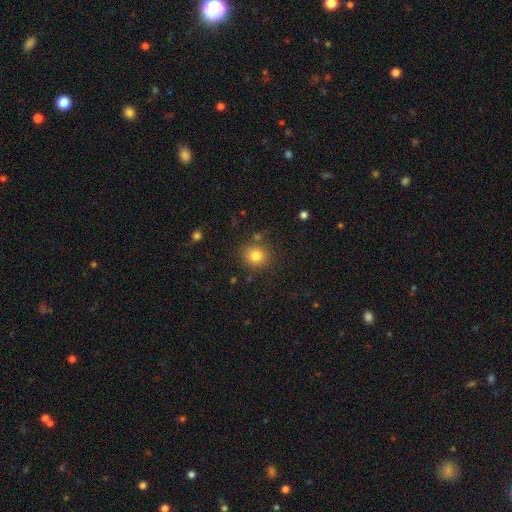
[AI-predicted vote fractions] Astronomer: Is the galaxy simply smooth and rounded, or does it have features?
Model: smooth — 82%.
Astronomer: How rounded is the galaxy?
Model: round — 83%.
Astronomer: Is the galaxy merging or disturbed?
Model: none — 82%.